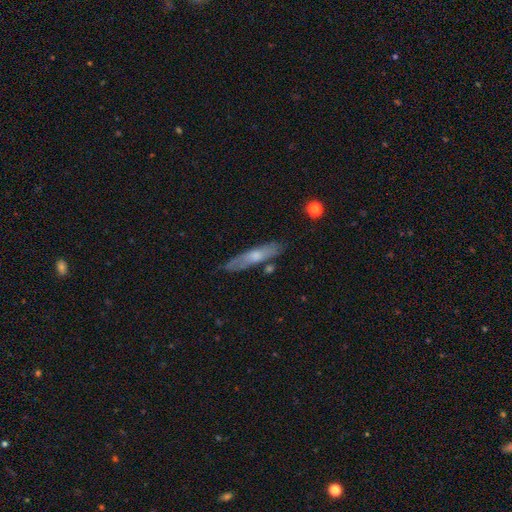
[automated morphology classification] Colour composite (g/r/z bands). It shows a featured or disk galaxy (48%). Merging: none (78%).